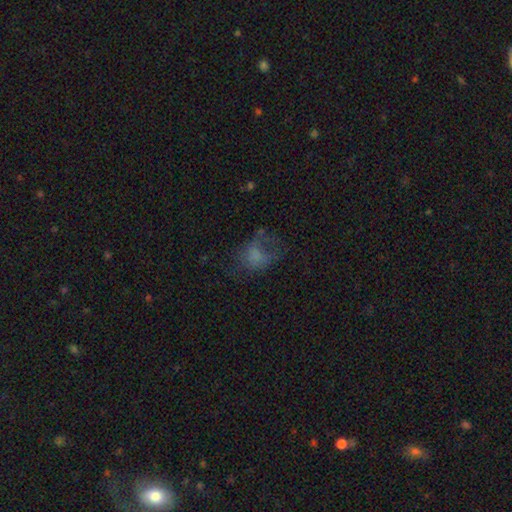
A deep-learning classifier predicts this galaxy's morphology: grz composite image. It shows a smooth galaxy with no disk features (58%) that is in between round and cigar-shaped (59%). Merging: major disturbance (40%).